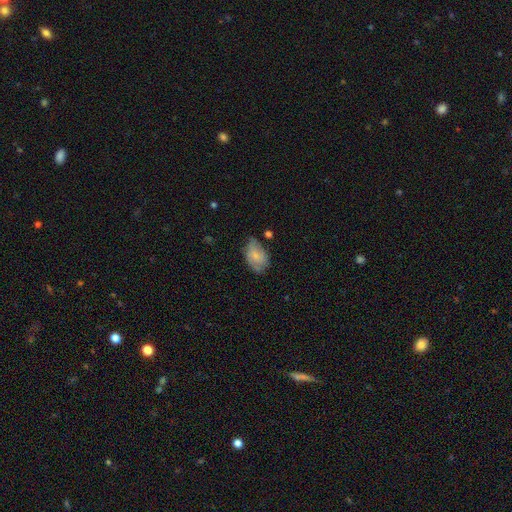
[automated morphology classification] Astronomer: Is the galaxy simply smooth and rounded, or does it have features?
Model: smooth — 57% (runner-up: featured or disk, 36%).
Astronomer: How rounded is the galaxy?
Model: in between — 87%.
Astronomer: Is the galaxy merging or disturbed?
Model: none — 54% (runner-up: minor disturbance, 34%).